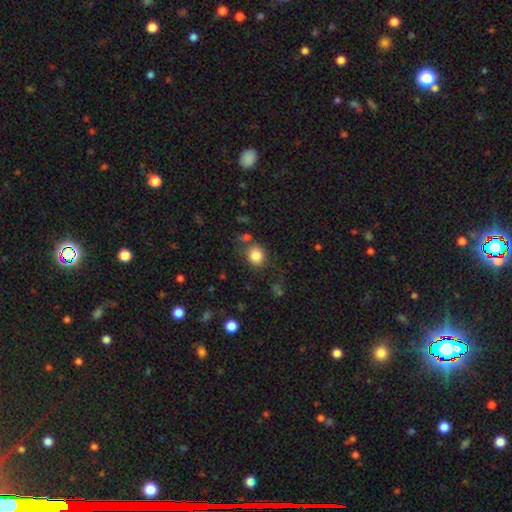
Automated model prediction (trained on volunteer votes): Smooth or featured? Predicted: smooth (p=0.84). How rounded? Predicted: round (p=0.79). Merging? Predicted: none (p=0.72).